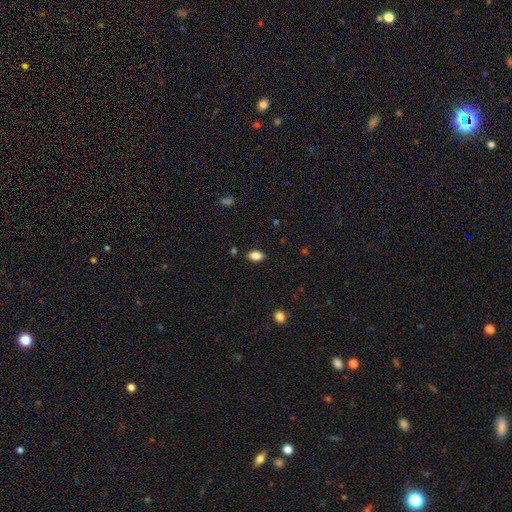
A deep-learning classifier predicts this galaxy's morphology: Overall: smooth (84%). How rounded: in between (90%). Merging: none (86%).